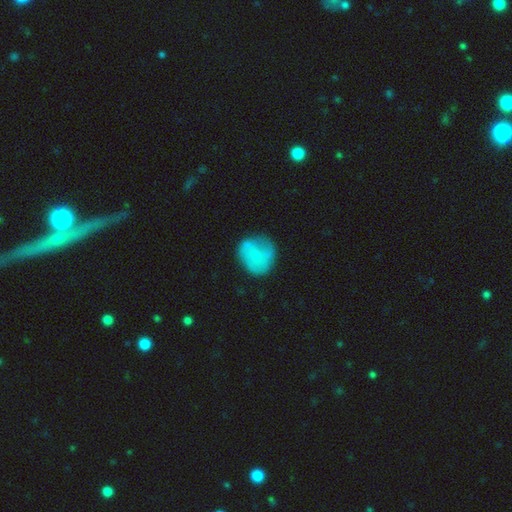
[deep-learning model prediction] Q: Smooth or featured?
A: smooth (59%); runner-up: featured or disk (32%)
Q: How rounded?
A: round (74%); runner-up: in between (25%)
Q: Merging?
A: none (55%); runner-up: minor disturbance (28%)